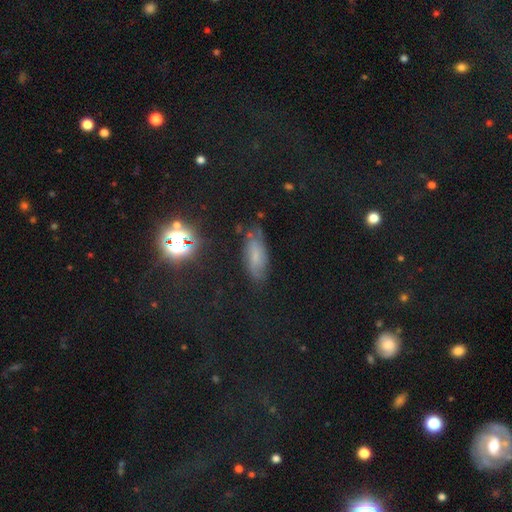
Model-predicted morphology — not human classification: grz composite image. It shows a smooth galaxy with no disk features (50%). Merging: none (67%).